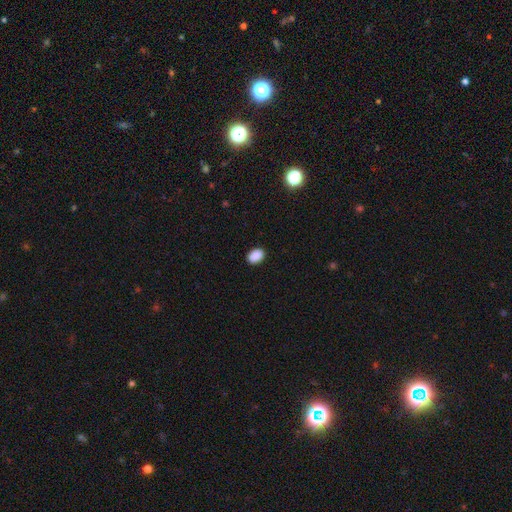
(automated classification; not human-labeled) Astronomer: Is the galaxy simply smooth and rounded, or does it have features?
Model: smooth — 89%.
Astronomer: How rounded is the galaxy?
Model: in between — 78%.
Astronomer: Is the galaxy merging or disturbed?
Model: none — 89%.